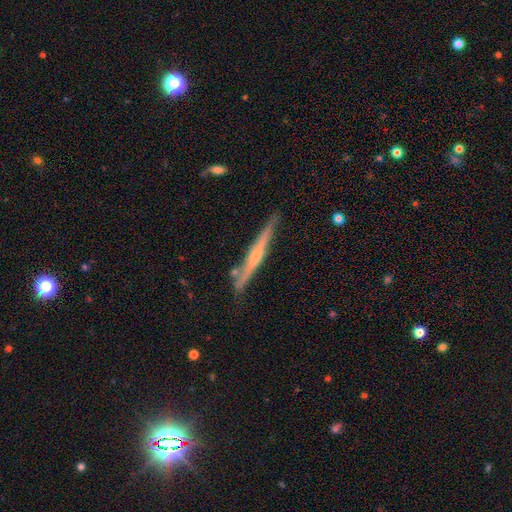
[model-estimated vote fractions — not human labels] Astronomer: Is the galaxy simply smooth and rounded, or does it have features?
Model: featured or disk — 67%.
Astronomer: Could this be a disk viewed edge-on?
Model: yes — 97%.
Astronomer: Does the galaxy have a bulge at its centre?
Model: rounded — 51% (runner-up: none, 39%).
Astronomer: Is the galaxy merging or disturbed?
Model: none — 83%.